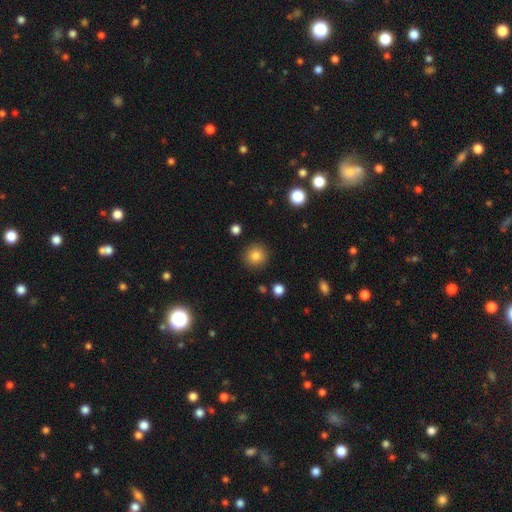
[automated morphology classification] Smooth or featured? smooth (84%)
How rounded? round (93%)
Merging? none (90%)